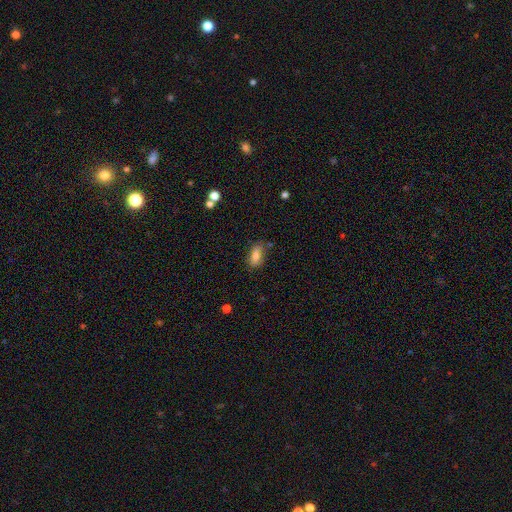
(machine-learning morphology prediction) A smooth galaxy with no disk features (77%) that is in between round and cigar-shaped (84%). Merging: none (71%).